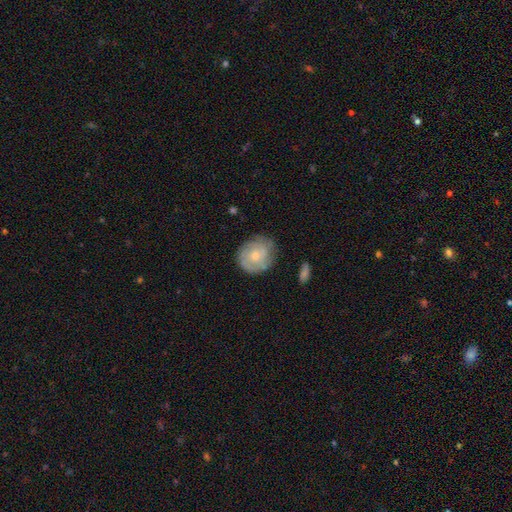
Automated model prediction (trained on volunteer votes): Morphology: type=featured or disk (60%); edge-on=no (98%); bar=no (76%); spiral arms=yes (81%); bulge=small (49%); merging=none (72%).